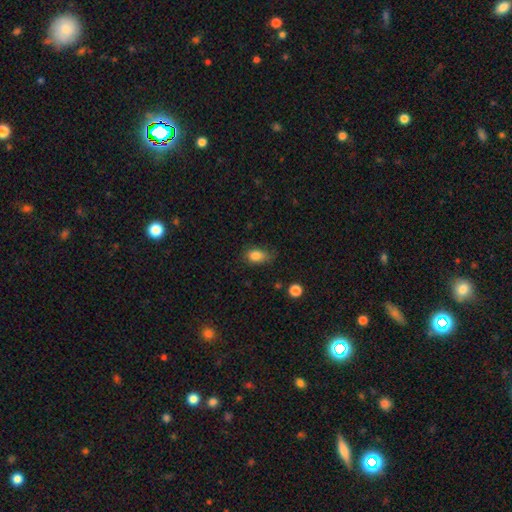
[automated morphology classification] This is clearly a smooth galaxy (84%). How rounded: clearly in between (80%). Merging: likely none (68%).